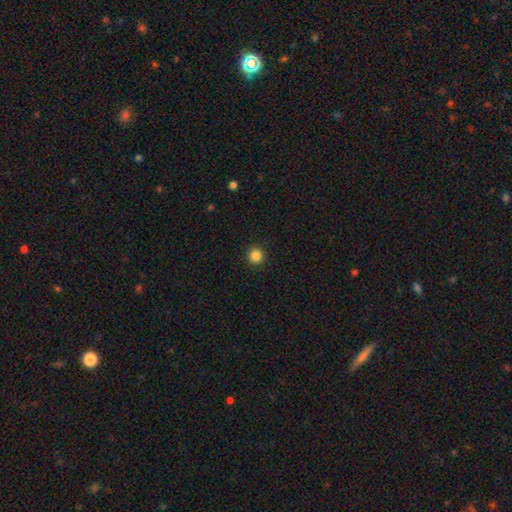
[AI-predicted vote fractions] Morphology: type=smooth (86%); roundness=round (95%); merging=none (93%).